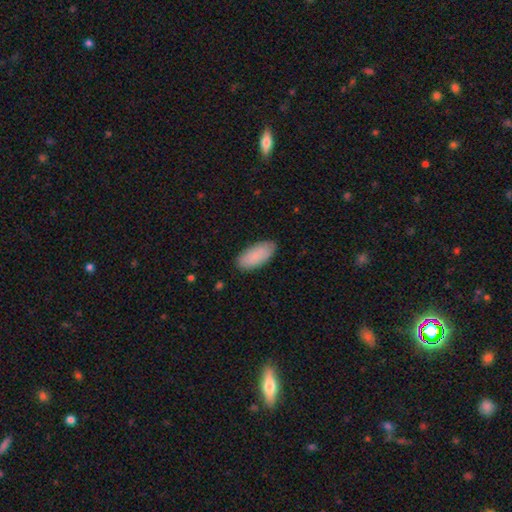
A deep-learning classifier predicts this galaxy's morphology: smooth_or_featured: smooth (p=0.86) [alt: featured or disk p=0.08]
how_rounded: in between (p=0.91) [alt: cigar-shaped p=0.07]
merging: none (p=0.86) [alt: minor disturbance p=0.11]